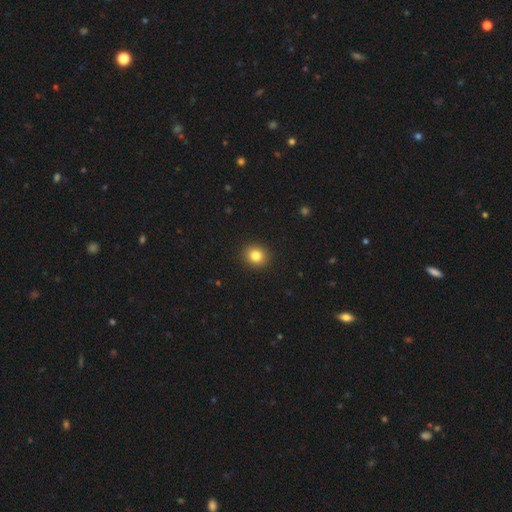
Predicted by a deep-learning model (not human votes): This is clearly a smooth galaxy (83%). How rounded: clearly round (84%). Merging: clearly none (92%).